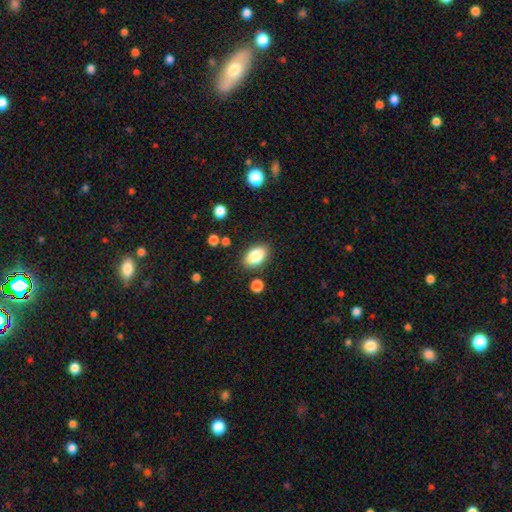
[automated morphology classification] Smooth or featured: smooth — 85% (star or artifact — 8%)
How rounded: in between — 89% (round — 9%)
Merging: none — 84% (minor disturbance — 11%)